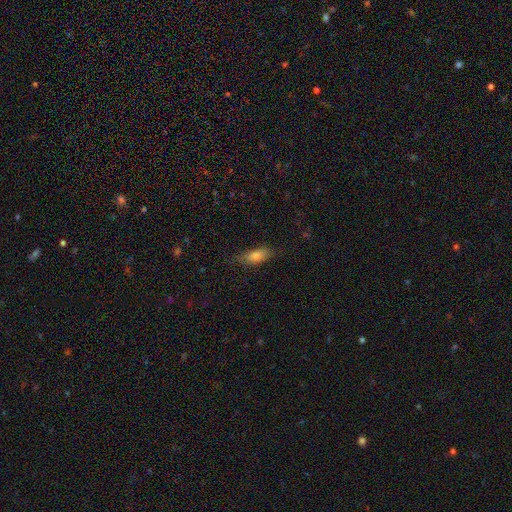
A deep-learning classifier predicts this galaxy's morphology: This is likely a smooth galaxy (76%). How rounded: likely in between (71%). Merging: likely none (73%).